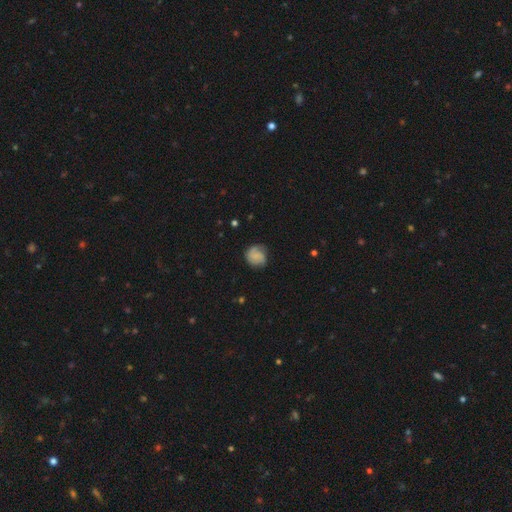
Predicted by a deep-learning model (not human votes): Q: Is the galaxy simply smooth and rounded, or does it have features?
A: smooth — 51%.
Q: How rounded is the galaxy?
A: round — 80%.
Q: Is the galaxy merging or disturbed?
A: none — 69%.